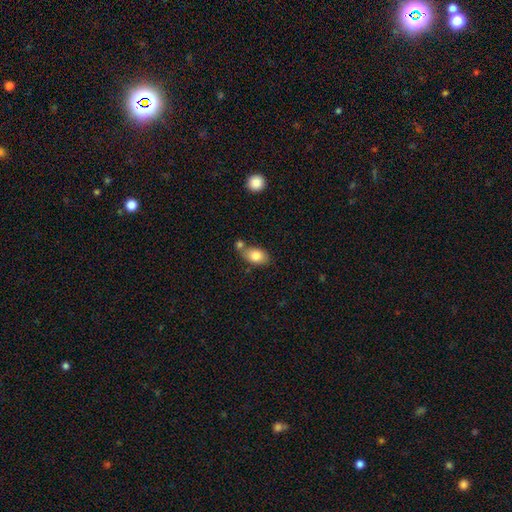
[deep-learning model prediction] A smooth galaxy with no disk features (83%) that is in between round and cigar-shaped (85%). Merging: none (55%).